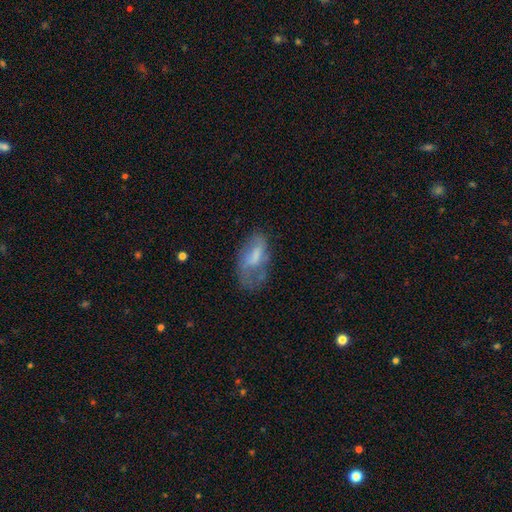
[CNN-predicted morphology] Smooth or featured? smooth (49%)
Merging? none (40%)